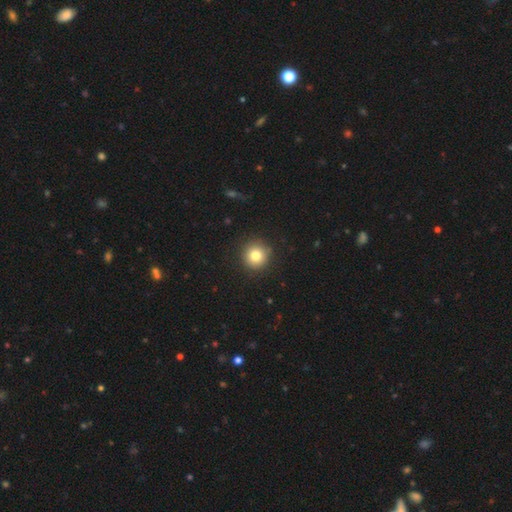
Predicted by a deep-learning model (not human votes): A smooth galaxy with no disk features (80%) that is round (95%).

Vote fractions:
- Smooth or featured? smooth: 80% / star or artifact: 11% / featured or disk: 9%
- How rounded? round: 95% / in between: 5% / cigar-shaped: 1%
- Merging? none: 91% / minor disturbance: 6% / major disturbance: 2% / merger: 1%